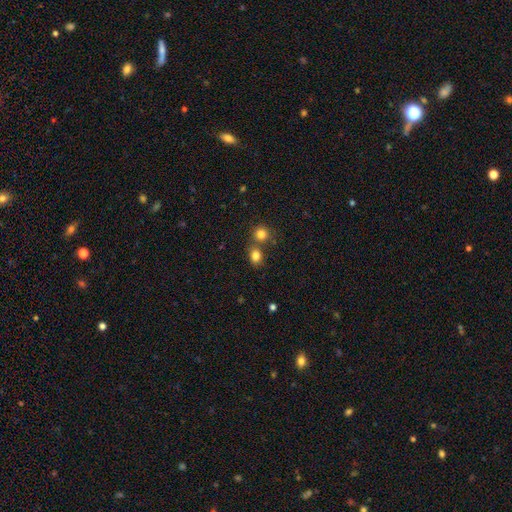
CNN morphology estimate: Smooth or featured?
  - smooth: 82% *
  - star or artifact: 12%
  - featured or disk: 6%
How rounded?
  - round: 55% *
  - in between: 44%
  - cigar-shaped: 1%
Merging?
  - none: 57% *
  - merger: 30%
  - minor disturbance: 9%
  - major disturbance: 3%